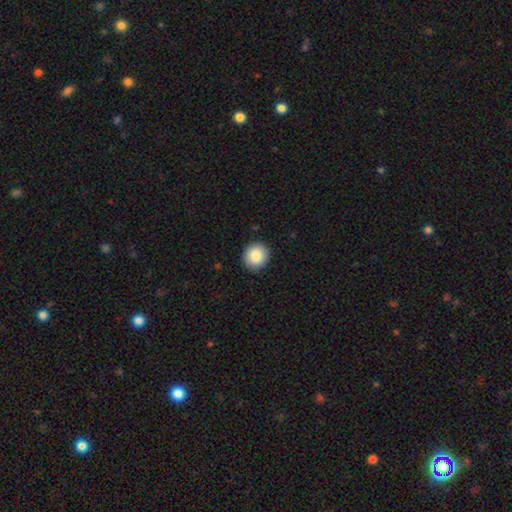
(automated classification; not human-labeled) Smooth or featured? smooth (87%)
How rounded? round (87%)
Merging? none (91%)